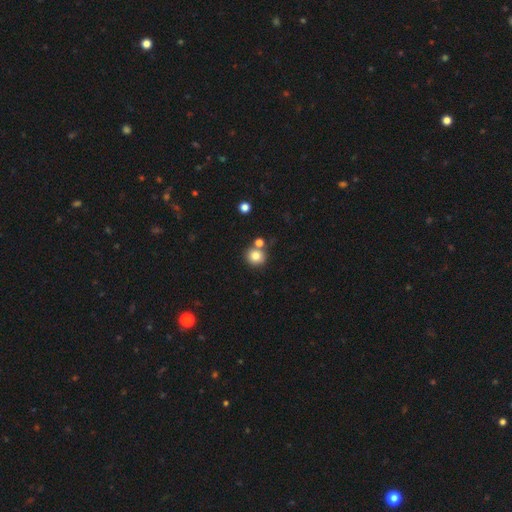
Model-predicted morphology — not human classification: smooth-or-featured: smooth: 80% | star or artifact: 11% | featured or disk: 9%
  how-rounded: round: 89% | in between: 10% | cigar-shaped: 1%
  merging: none: 66% | merger: 22% | minor disturbance: 9% | major disturbance: 3%